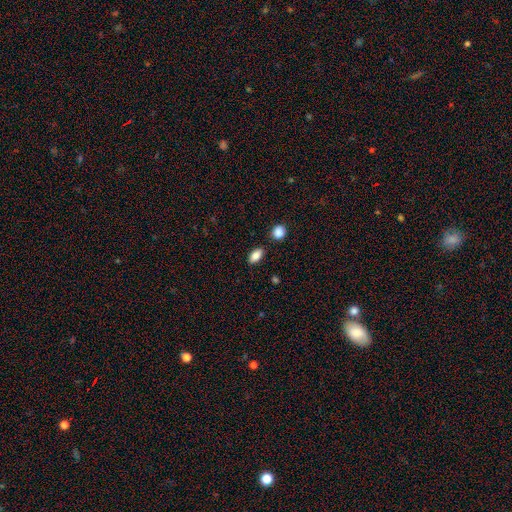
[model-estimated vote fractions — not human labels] Overall: smooth (86%). How rounded: in between (89%). Merging: none (85%).